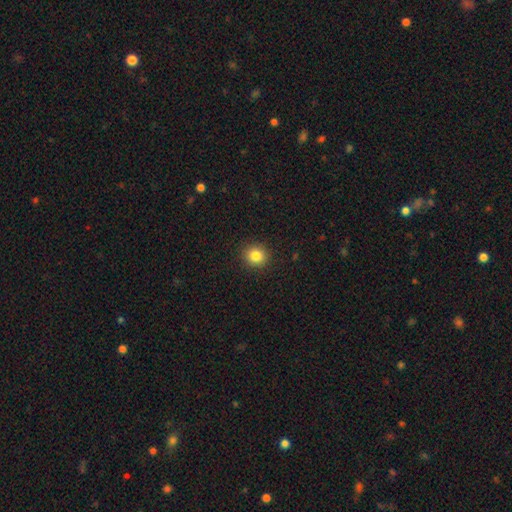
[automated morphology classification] smooth_or_featured: smooth (p=0.84) [alt: star or artifact p=0.11]
how_rounded: round (p=0.87) [alt: in between p=0.12]
merging: none (p=0.92) [alt: minor disturbance p=0.05]